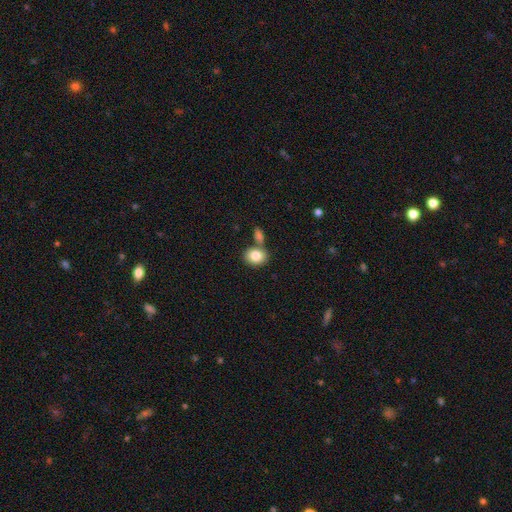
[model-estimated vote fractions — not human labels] This is clearly a smooth galaxy (84%). How rounded: possibly in between (55%). Merging: possibly none (60%).